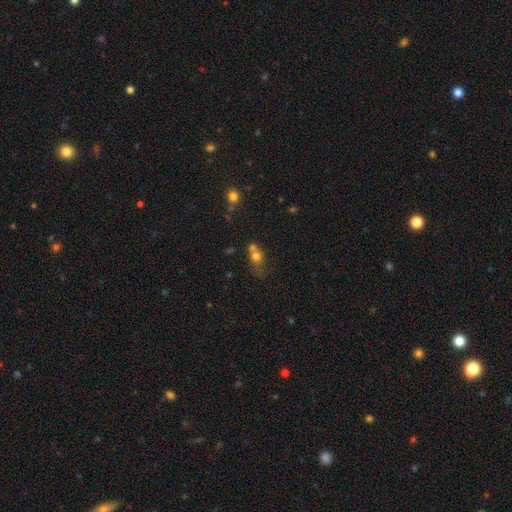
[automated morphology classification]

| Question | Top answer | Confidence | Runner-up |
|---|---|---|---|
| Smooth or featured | smooth | 71% | star or artifact (15%) |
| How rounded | round | 64% | in between (34%) |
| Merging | merger | 48% | none (31%) |